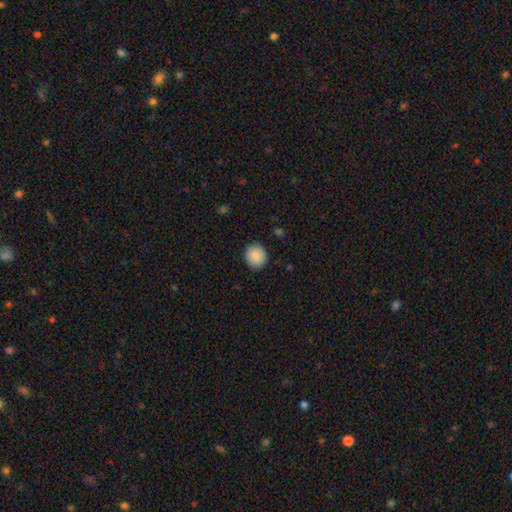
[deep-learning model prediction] This appears to be a smooth galaxy with no disk features (89%) that is round (90%). Merging: none (91%).